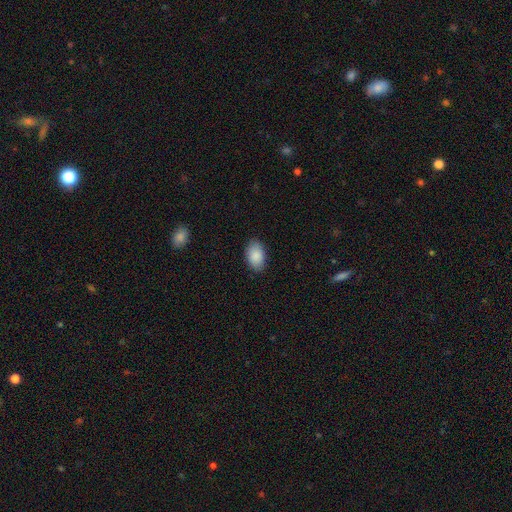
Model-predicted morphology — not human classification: smooth_or_featured: smooth (p=0.89) [alt: star or artifact p=0.06]
how_rounded: in between (p=0.91) [alt: round p=0.08]
merging: none (p=0.86) [alt: minor disturbance p=0.11]